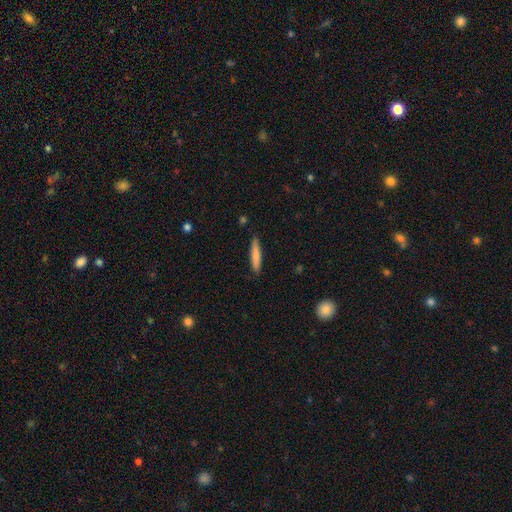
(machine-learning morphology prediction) type=smooth (79%); roundness=cigar-shaped (89%); merging=none (88%).